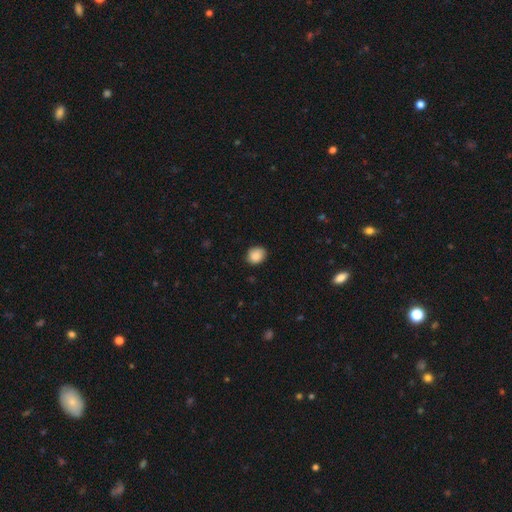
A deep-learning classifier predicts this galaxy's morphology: smooth-or-featured: smooth: 87% | star or artifact: 8% | featured or disk: 5%
  how-rounded: round: 59% | in between: 40% | cigar-shaped: 1%
  merging: none: 81% | minor disturbance: 15% | major disturbance: 2% | merger: 1%